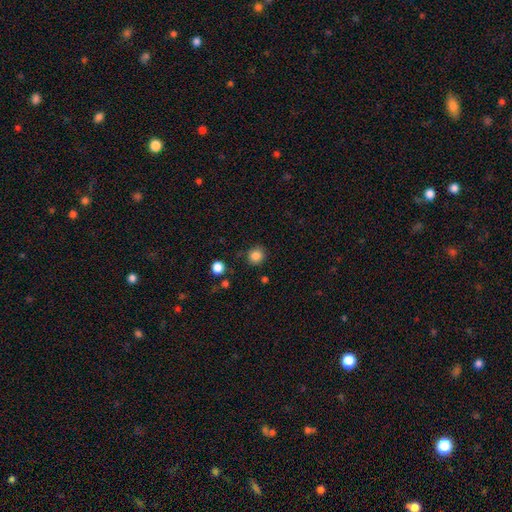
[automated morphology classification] type=smooth (85%); roundness=round (91%); merging=none (87%).